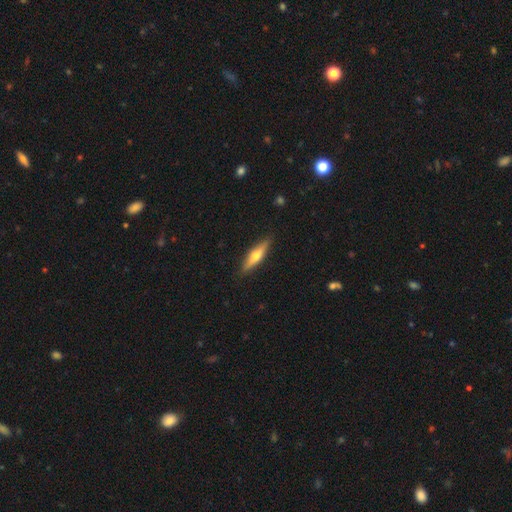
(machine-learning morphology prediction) This appears to be a featured or disk galaxy (48%). Merging: none (88%).